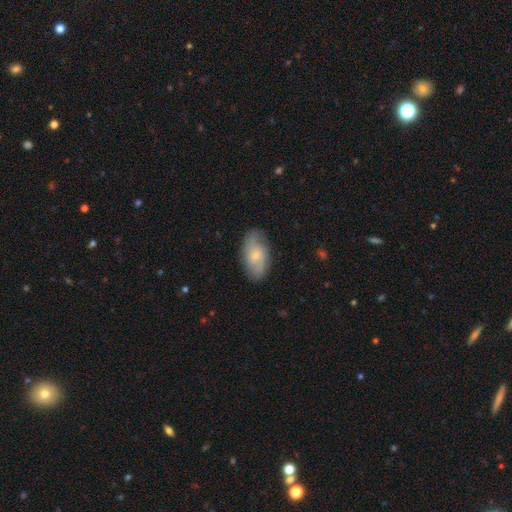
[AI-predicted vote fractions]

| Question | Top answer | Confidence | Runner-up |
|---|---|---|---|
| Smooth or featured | featured or disk | 53% | smooth (40%) |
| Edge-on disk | no | 94% | yes (6%) |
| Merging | none | 79% | minor disturbance (16%) |